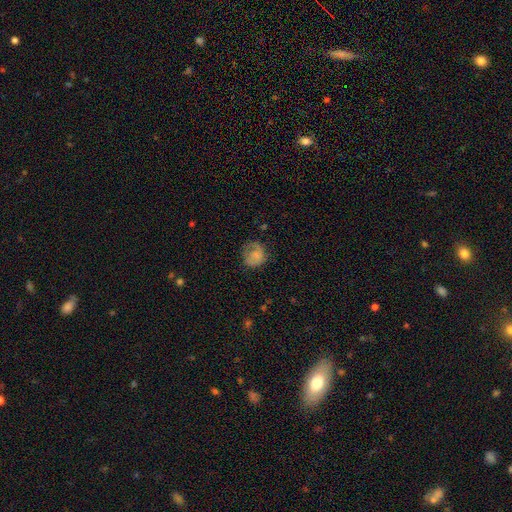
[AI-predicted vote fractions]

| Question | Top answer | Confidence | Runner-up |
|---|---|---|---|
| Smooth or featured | smooth | 64% | featured or disk (26%) |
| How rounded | round | 73% | in between (26%) |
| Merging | none | 48% | minor disturbance (27%) |